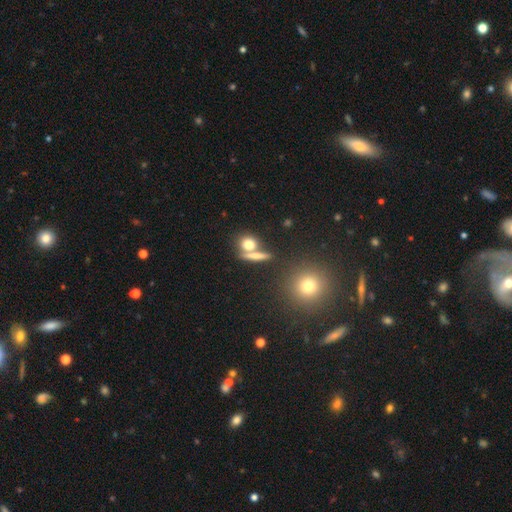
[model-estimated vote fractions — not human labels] Q: Smooth or featured?
A: smooth (67%); runner-up: featured or disk (19%)
Q: How rounded?
A: round (59%); runner-up: cigar-shaped (22%)
Q: Merging?
A: none (65%); runner-up: merger (22%)